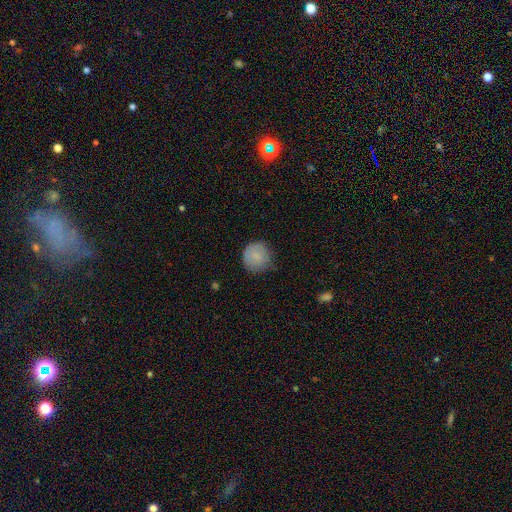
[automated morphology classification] Smooth or featured: smooth — 81% (featured or disk — 12%)
How rounded: round — 91% (in between — 8%)
Merging: none — 66% (minor disturbance — 26%)